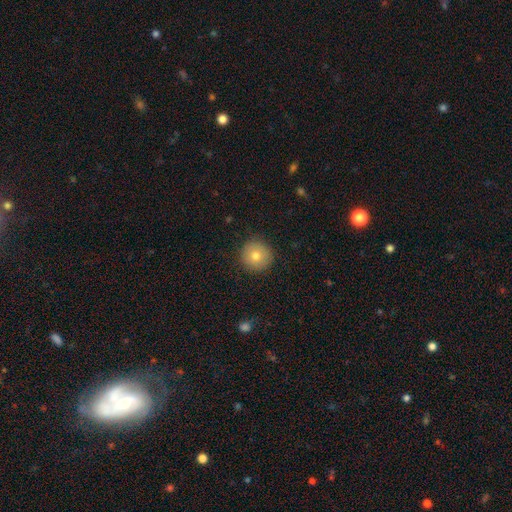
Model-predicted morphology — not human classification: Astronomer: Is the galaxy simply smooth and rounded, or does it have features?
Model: smooth — 78%.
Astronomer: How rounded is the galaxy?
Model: round — 95%.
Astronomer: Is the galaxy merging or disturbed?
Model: none — 90%.